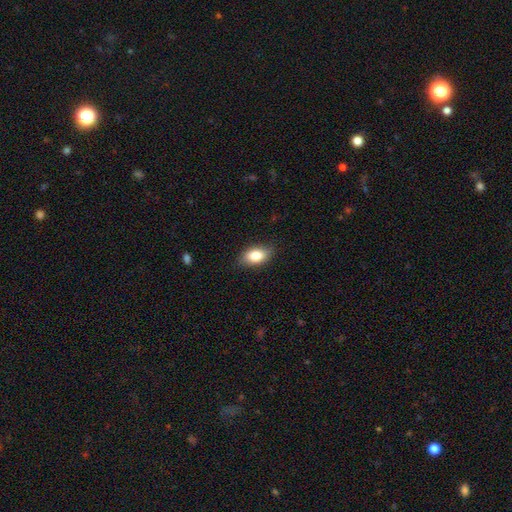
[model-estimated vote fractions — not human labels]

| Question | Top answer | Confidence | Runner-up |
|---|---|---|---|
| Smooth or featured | smooth | 82% | featured or disk (10%) |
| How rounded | in between | 88% | round (9%) |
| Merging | none | 80% | minor disturbance (16%) |